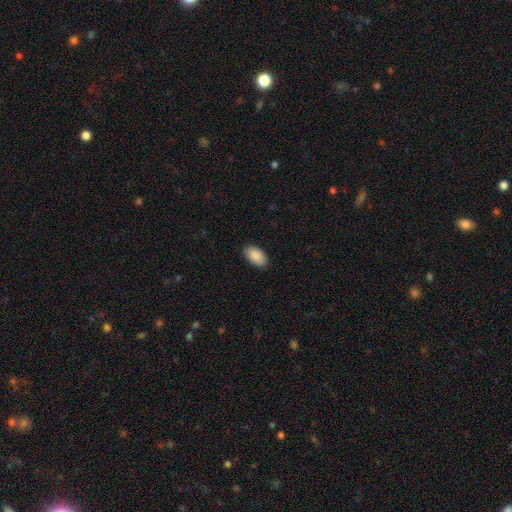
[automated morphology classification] Smooth or featured? Predicted: smooth (p=0.90). How rounded? Predicted: in between (p=0.95). Merging? Predicted: none (p=0.88).